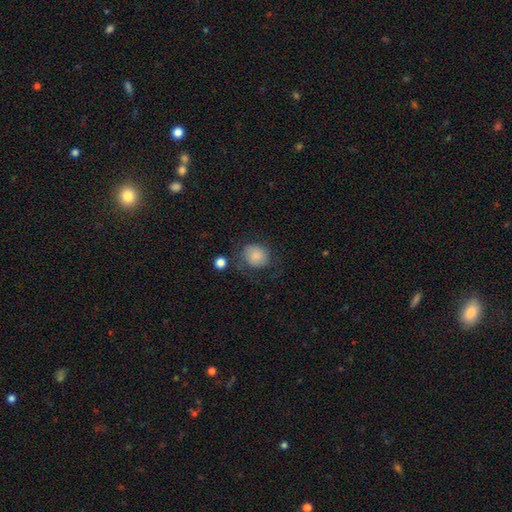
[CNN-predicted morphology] Smooth or featured: smooth — 79% (featured or disk — 13%)
How rounded: round — 77% (in between — 22%)
Merging: none — 56% (minor disturbance — 22%)